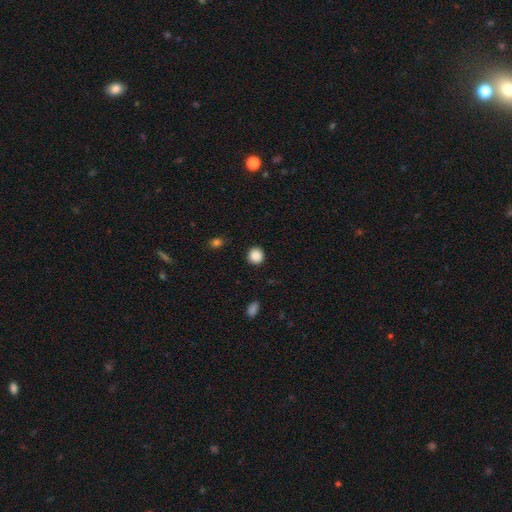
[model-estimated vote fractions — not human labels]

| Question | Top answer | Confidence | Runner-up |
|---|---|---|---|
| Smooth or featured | smooth | 88% | star or artifact (9%) |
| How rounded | round | 92% | in between (7%) |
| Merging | none | 92% | minor disturbance (5%) |